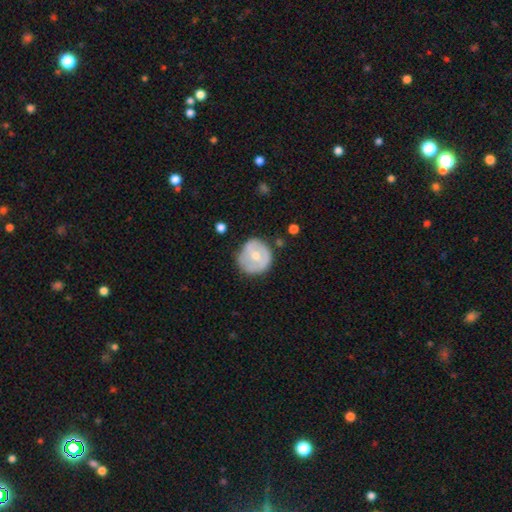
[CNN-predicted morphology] smooth-or-featured: smooth: 53% | featured or disk: 41% | star or artifact: 6%
  how-rounded: round: 89% | in between: 10% | cigar-shaped: 1%
  merging: none: 63% | minor disturbance: 26% | major disturbance: 8% | merger: 3%